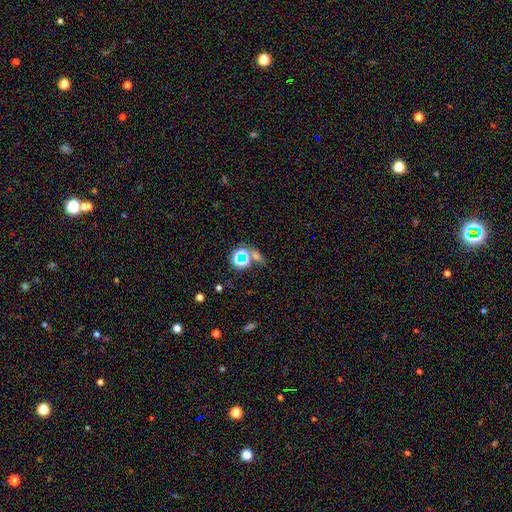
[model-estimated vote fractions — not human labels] This appears to be a star or artifact, not a galaxy (53%).